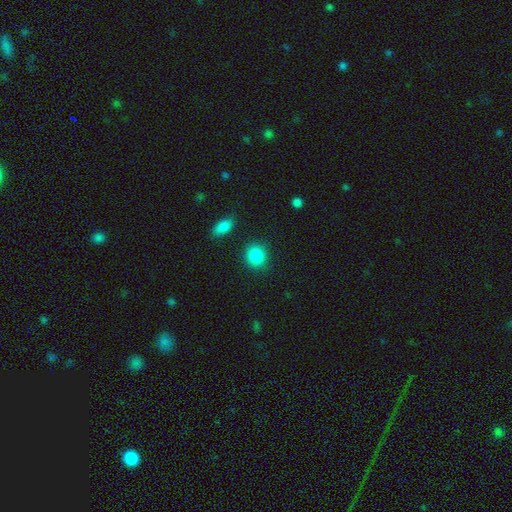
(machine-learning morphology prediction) Smooth or featured?
  - smooth: 87% *
  - star or artifact: 9%
  - featured or disk: 4%
How rounded?
  - round: 78% *
  - in between: 21%
  - cigar-shaped: 1%
Merging?
  - none: 87% *
  - minor disturbance: 8%
  - major disturbance: 3%
  - merger: 3%